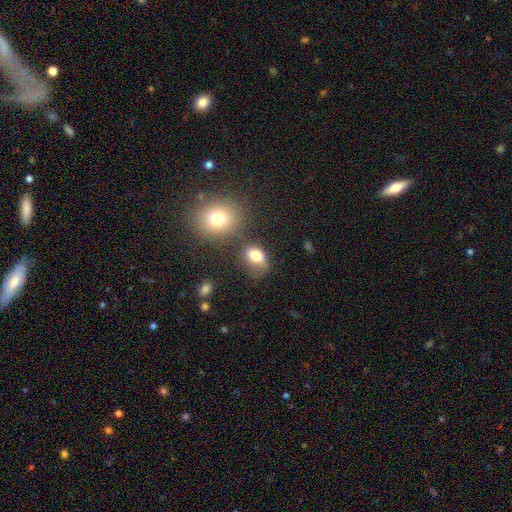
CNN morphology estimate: Q: Smooth or featured?
A: smooth (81%); runner-up: star or artifact (10%)
Q: How rounded?
A: in between (71%); runner-up: round (27%)
Q: Merging?
A: none (50%); runner-up: minor disturbance (25%)